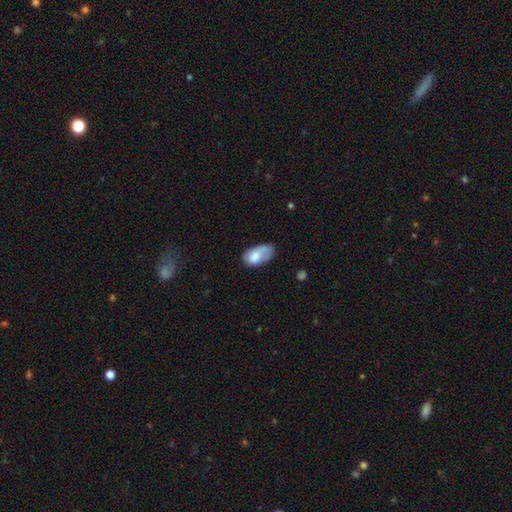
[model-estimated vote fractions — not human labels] The model was most divided on "merging": none: 39%, minor disturbance: 38%, major disturbance: 18%, merger: 6%. More confident: how rounded — in between (94%); smooth or featured — smooth (74%).